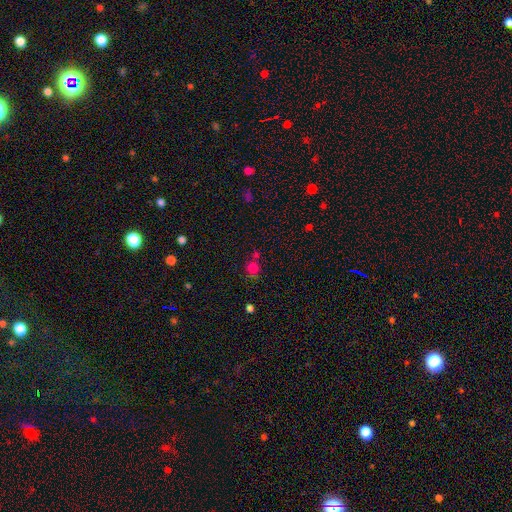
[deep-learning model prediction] Smooth or featured: smooth — 73% (star or artifact — 20%)
How rounded: round — 82% (in between — 17%)
Merging: none — 62% (merger — 21%)